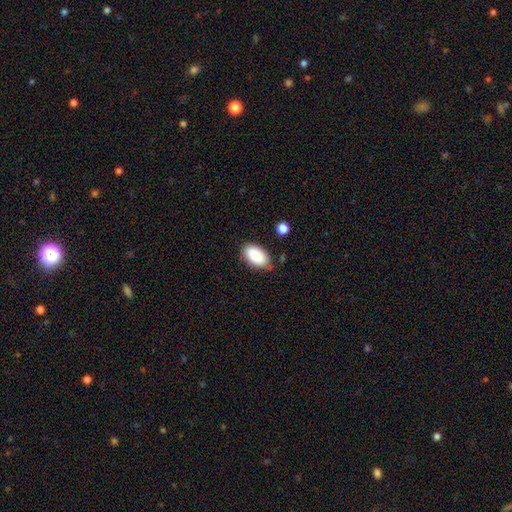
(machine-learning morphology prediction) Smooth or featured?
  - smooth: 89% *
  - star or artifact: 7%
  - featured or disk: 5%
How rounded?
  - in between: 94% *
  - round: 4%
  - cigar-shaped: 2%
Merging?
  - none: 77% *
  - minor disturbance: 17%
  - major disturbance: 4%
  - merger: 3%